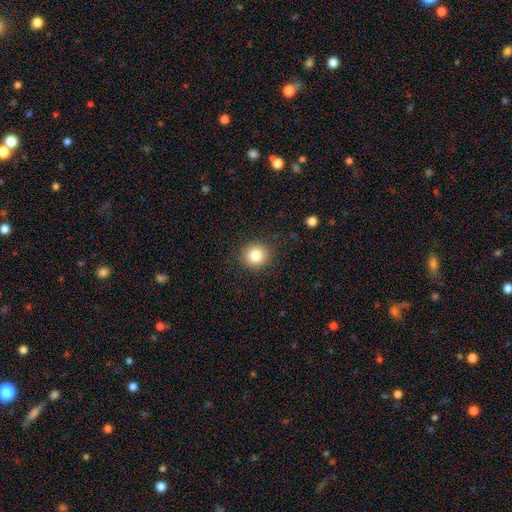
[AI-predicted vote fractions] Smooth or featured? smooth (82%)
How rounded? round (90%)
Merging? none (89%)